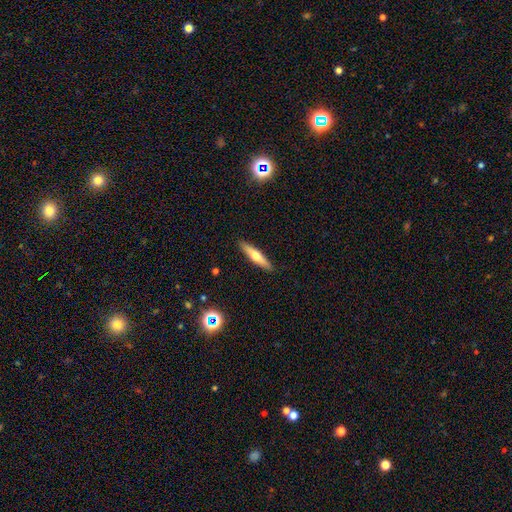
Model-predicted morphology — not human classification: A smooth galaxy with no disk features (50%) that is cigar-shaped (84%).

Vote fractions:
- Smooth or featured? smooth: 50% / featured or disk: 43% / star or artifact: 6%
- How rounded? cigar-shaped: 84% / in between: 14% / round: 2%
- Merging? none: 90% / minor disturbance: 7% / major disturbance: 2% / merger: 1%